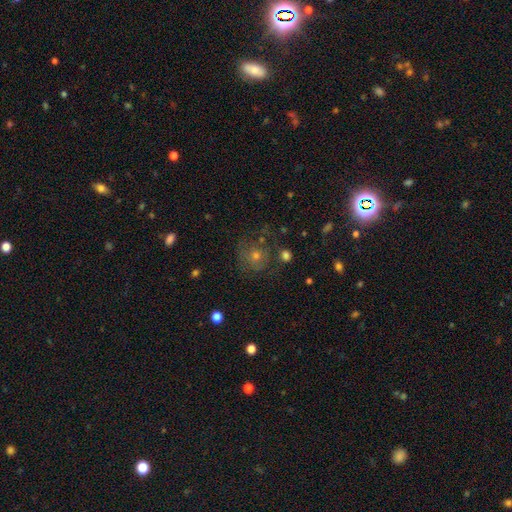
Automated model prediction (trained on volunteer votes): A smooth galaxy with no disk features (52%) that is round (86%). Merging: none (65%).